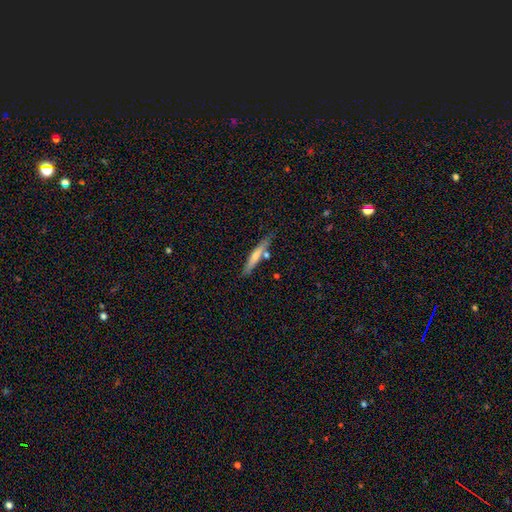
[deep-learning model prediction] Morphology: type=smooth (53%); roundness=cigar-shaped (92%); merging=none (77%).